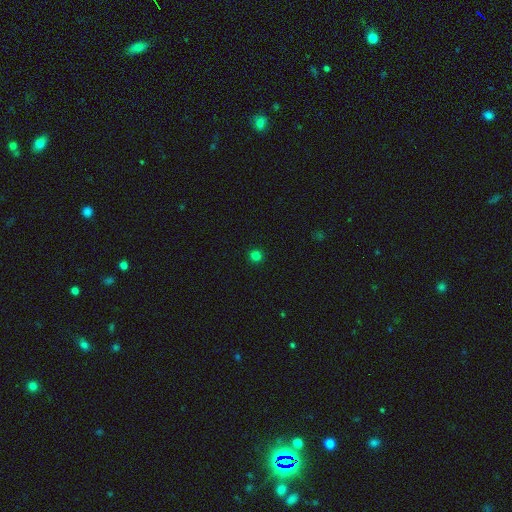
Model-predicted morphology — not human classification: This is likely a smooth galaxy (80%). How rounded: clearly round (94%). Merging: clearly none (93%).